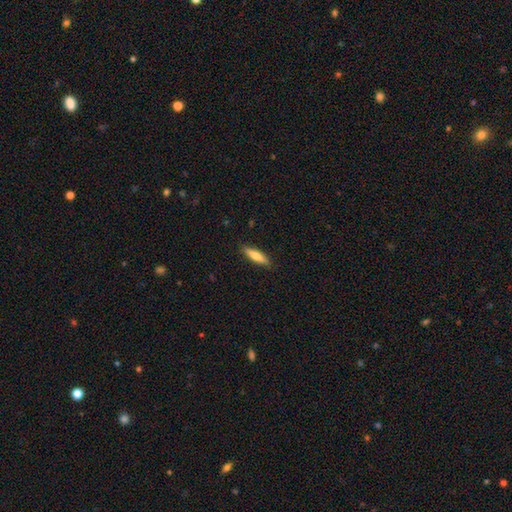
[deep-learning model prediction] Smooth or featured: smooth — 73% (featured or disk — 21%)
How rounded: cigar-shaped — 68% (in between — 31%)
Merging: none — 88% (minor disturbance — 9%)